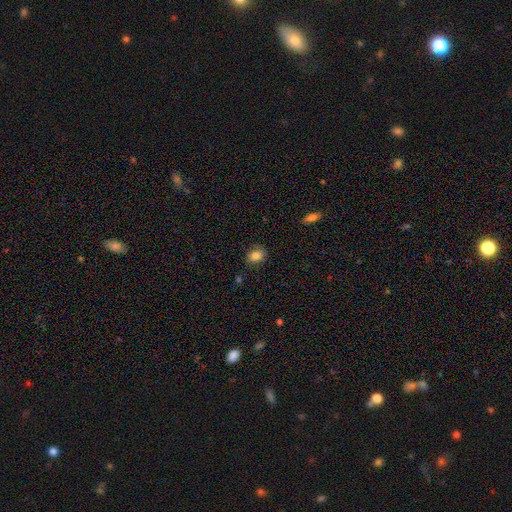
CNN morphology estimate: This is clearly a smooth galaxy (84%). How rounded: likely in between (64%). Merging: likely none (80%).